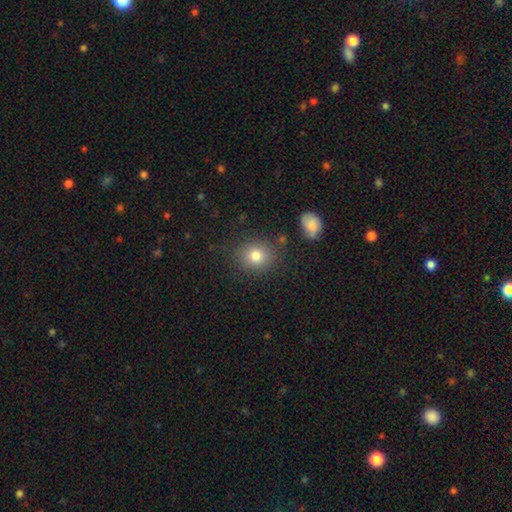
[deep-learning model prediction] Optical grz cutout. It shows a smooth galaxy with no disk features (79%) that is round (78%). Merging: none (84%).